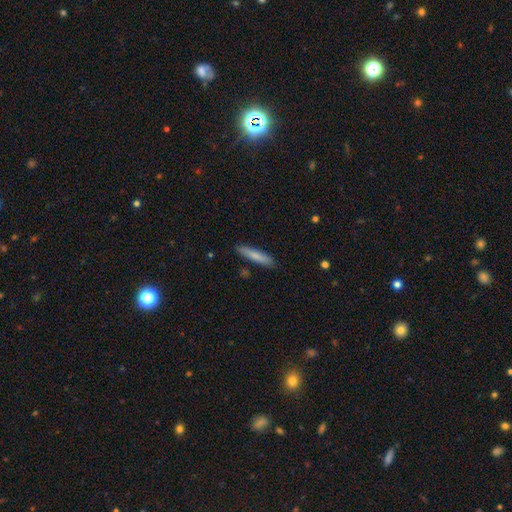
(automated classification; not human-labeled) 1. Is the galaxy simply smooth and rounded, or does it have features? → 78% smooth, 16% featured or disk, 6% star or artifact.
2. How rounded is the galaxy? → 89% cigar-shaped, 9% in between, 1% round.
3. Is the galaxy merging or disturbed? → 88% none, 9% minor disturbance, 2% major disturbance, 2% merger.